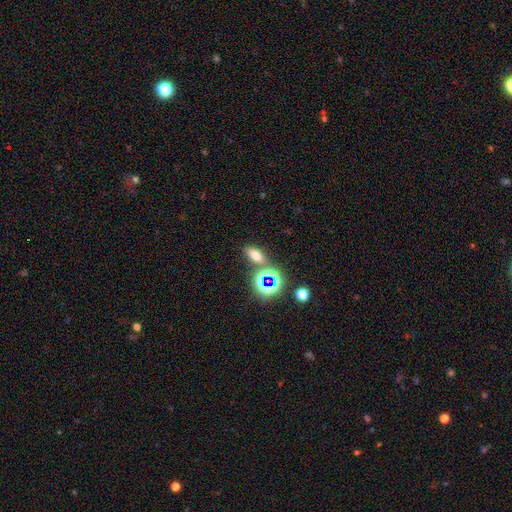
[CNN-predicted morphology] smooth 62%, star or artifact 26%, featured or disk 12%. Down the decision tree: how rounded — in between (73%); merging — none (74%).